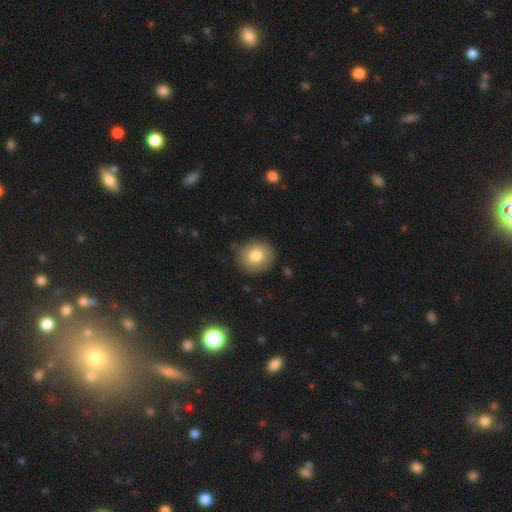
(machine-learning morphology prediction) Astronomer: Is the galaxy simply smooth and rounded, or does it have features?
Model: smooth — 79%.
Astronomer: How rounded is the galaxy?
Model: round — 83%.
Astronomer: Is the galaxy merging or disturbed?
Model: none — 87%.